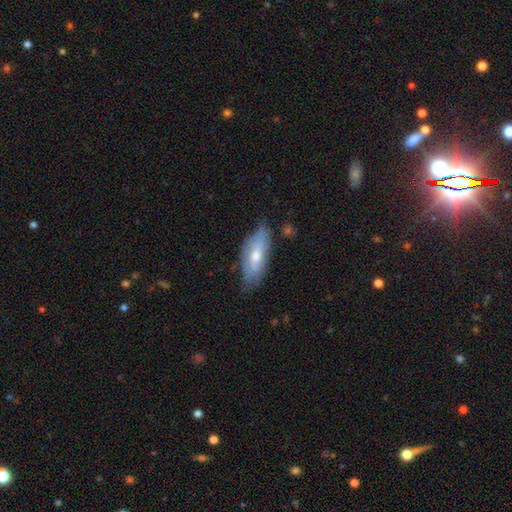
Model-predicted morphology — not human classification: Smooth or featured? smooth (50%)
Merging? none (68%)